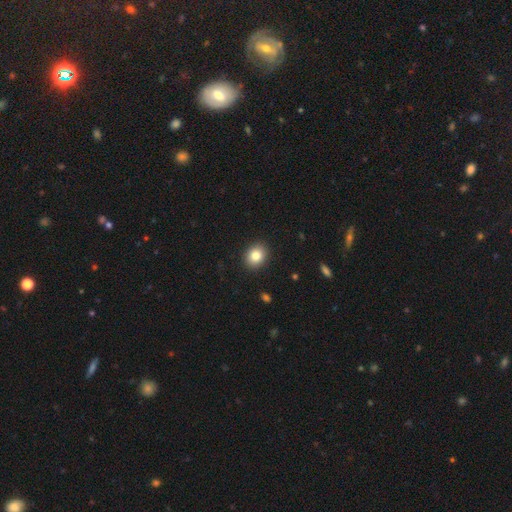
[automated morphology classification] A smooth galaxy with no disk features (83%) that is round (59%).

Vote fractions:
- Smooth or featured? smooth: 83% / star or artifact: 9% / featured or disk: 8%
- How rounded? round: 59% / in between: 40% / cigar-shaped: 1%
- Merging? none: 90% / minor disturbance: 7% / major disturbance: 2% / merger: 1%